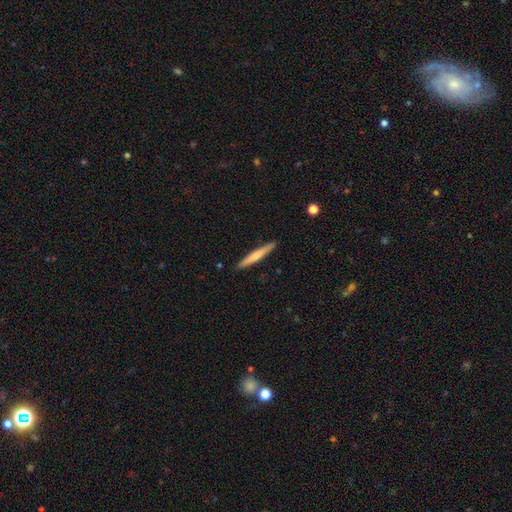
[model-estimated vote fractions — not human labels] smooth_or_featured: smooth (p=0.57) [alt: featured or disk p=0.38]
how_rounded: cigar-shaped (p=0.96) [alt: in between p=0.03]
merging: none (p=0.91) [alt: minor disturbance p=0.07]